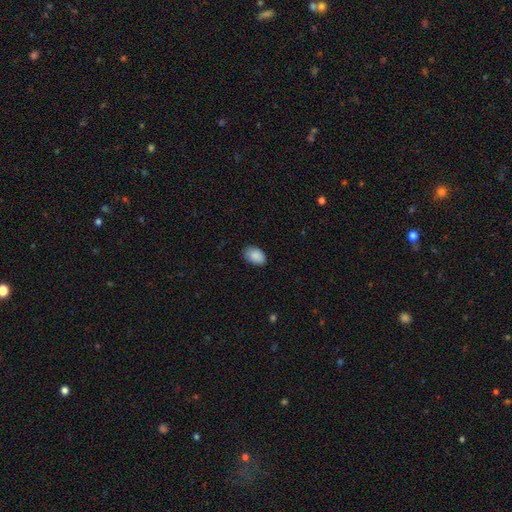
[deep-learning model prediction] Overall: smooth (89%). How rounded: in between (87%). Merging: none (80%).